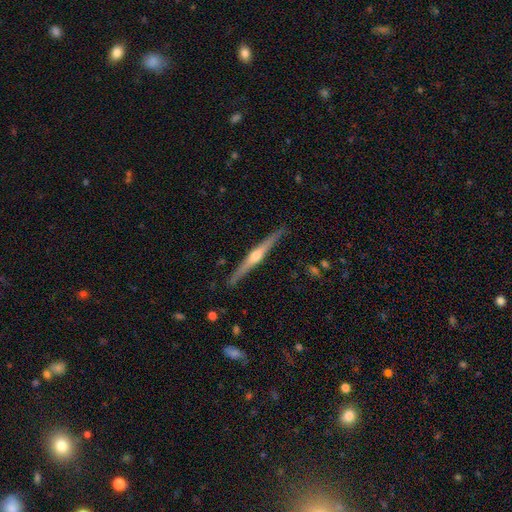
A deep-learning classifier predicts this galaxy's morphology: Overall: featured or disk (79%). Edge-on disk: yes (98%). Edge-on bulge: rounded (90%). Merging: none (90%).